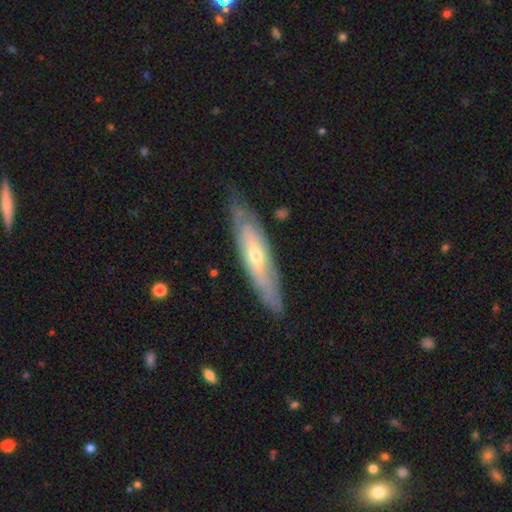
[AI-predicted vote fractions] smooth_or_featured: featured or disk (p=0.69) [alt: smooth p=0.25]
disk_edge_on: no (p=0.54) [alt: yes p=0.46]
merging: none (p=0.76) [alt: minor disturbance p=0.19]